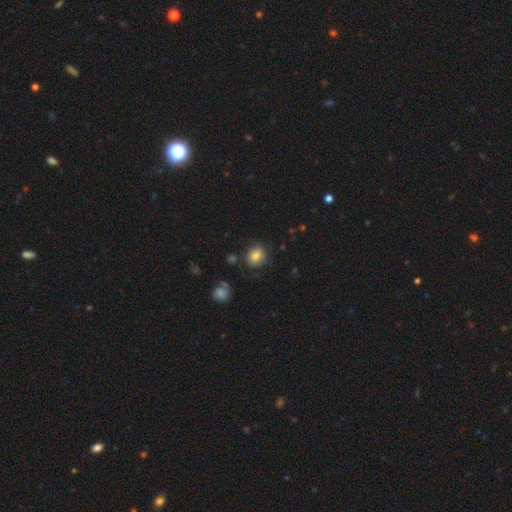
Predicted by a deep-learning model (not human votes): The model was most divided on "how rounded": round: 60%, in between: 40%, cigar-shaped: 1%. More confident: smooth or featured — smooth (81%); merging — none (76%).